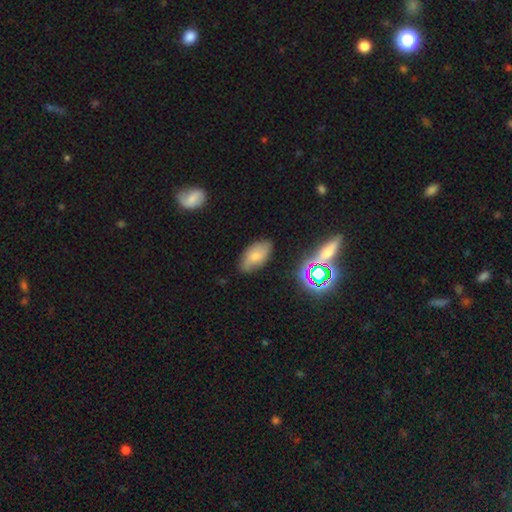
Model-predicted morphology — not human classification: Q: Smooth or featured?
A: smooth (65%); runner-up: featured or disk (23%)
Q: How rounded?
A: in between (93%); runner-up: round (5%)
Q: Merging?
A: none (77%); runner-up: minor disturbance (17%)